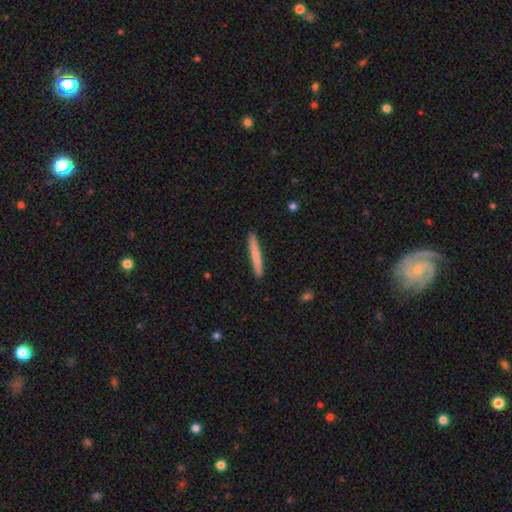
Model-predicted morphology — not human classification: smooth_or_featured: smooth (p=0.69) [alt: featured or disk p=0.26]
how_rounded: cigar-shaped (p=0.96) [alt: in between p=0.03]
merging: none (p=0.91) [alt: minor disturbance p=0.07]